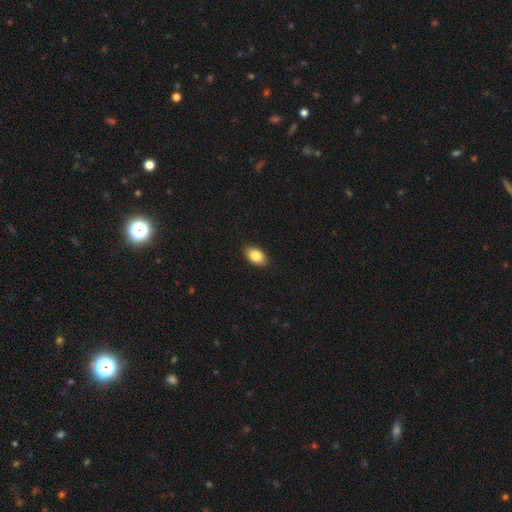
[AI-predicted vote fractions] Smooth or featured? Predicted: smooth (p=0.87). How rounded? Predicted: in between (p=0.91). Merging? Predicted: none (p=0.89).